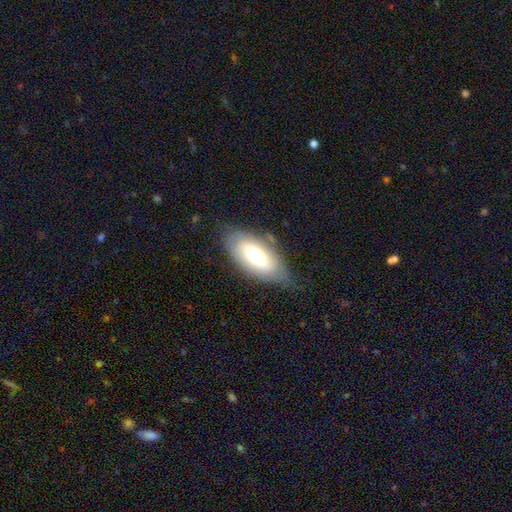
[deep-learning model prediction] Morphology: type=smooth (59%); roundness=in between (88%); merging=none (66%).